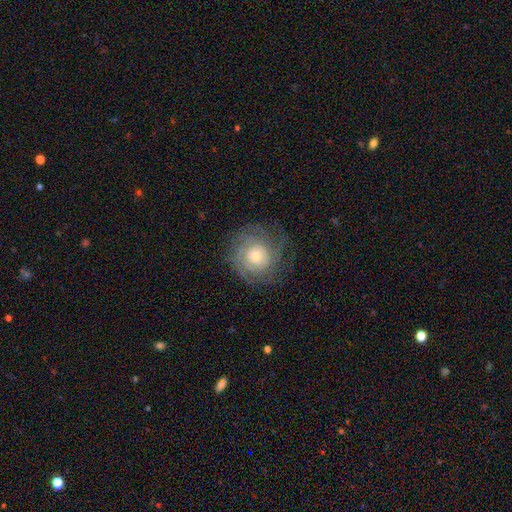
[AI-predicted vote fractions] featured or disk 68%, smooth 24%, star or artifact 9%. Down the decision tree: edge-on disk — no (97%); bar — no (80%); spiral arms — yes (87%); spiral arm count — can't tell (50%); spiral winding — tight (69%); bulge size — moderate (44%); merging — none (75%).